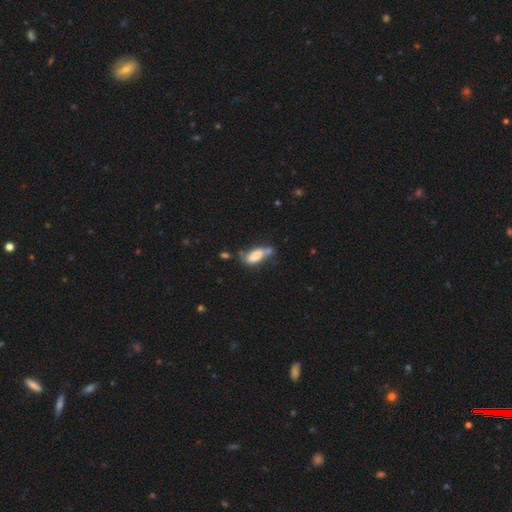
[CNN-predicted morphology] A smooth galaxy with no disk features (72%) that is in between round and cigar-shaped (68%). Merging: none (38%).